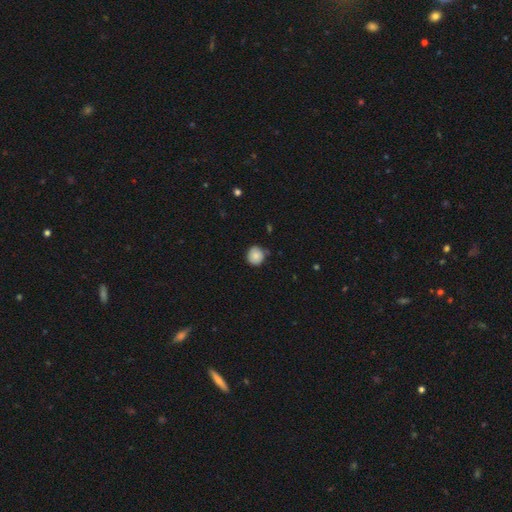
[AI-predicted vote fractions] This is clearly a smooth galaxy (82%). How rounded: clearly round (88%). Merging: likely none (78%).